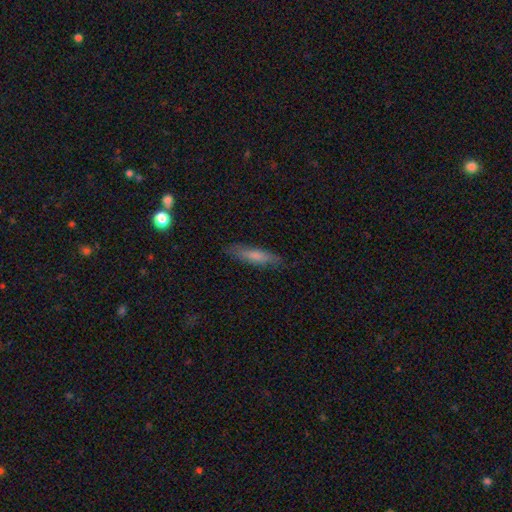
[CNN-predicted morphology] Smooth or featured? smooth (71%)
How rounded? cigar-shaped (80%)
Merging? none (84%)